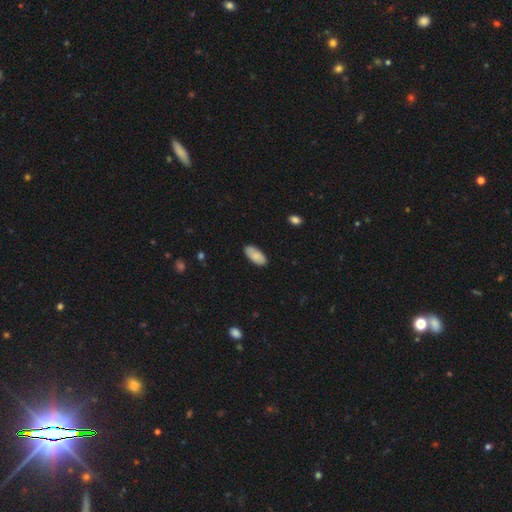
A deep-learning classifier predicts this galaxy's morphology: smooth 85%, featured or disk 9%, star or artifact 6%. Down the decision tree: how rounded — in between (91%); merging — none (84%).